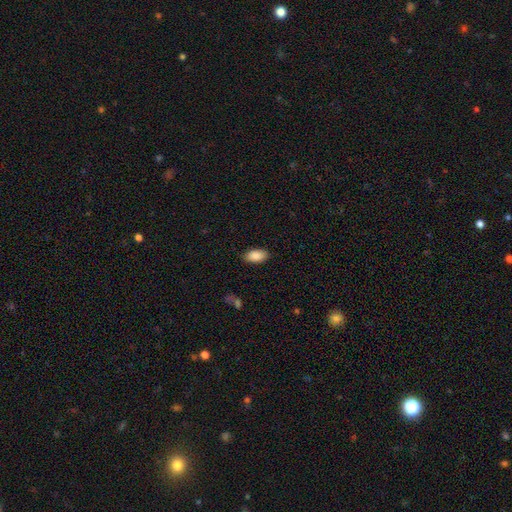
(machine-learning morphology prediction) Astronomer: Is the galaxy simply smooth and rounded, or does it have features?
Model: smooth — 89%.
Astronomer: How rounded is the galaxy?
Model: in between — 93%.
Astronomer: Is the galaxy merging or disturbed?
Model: none — 85%.